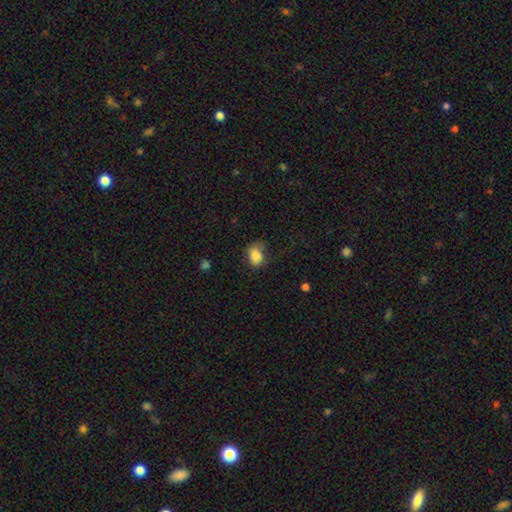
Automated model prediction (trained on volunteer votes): Smooth or featured?
  - smooth: 85% *
  - star or artifact: 9%
  - featured or disk: 6%
How rounded?
  - in between: 71% *
  - round: 28%
  - cigar-shaped: 1%
Merging?
  - none: 52% *
  - minor disturbance: 31%
  - major disturbance: 15%
  - merger: 2%